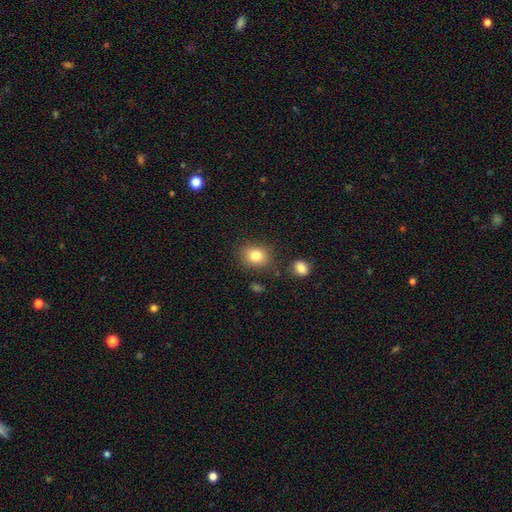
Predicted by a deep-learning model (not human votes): Smooth or featured? Predicted: smooth (p=0.83). How rounded? Predicted: round (p=0.59). Merging? Predicted: none (p=0.82).